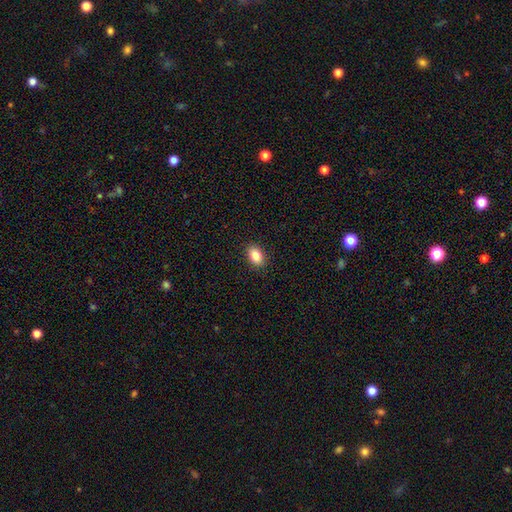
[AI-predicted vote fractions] Smooth or featured? smooth (85%)
How rounded? in between (86%)
Merging? none (90%)